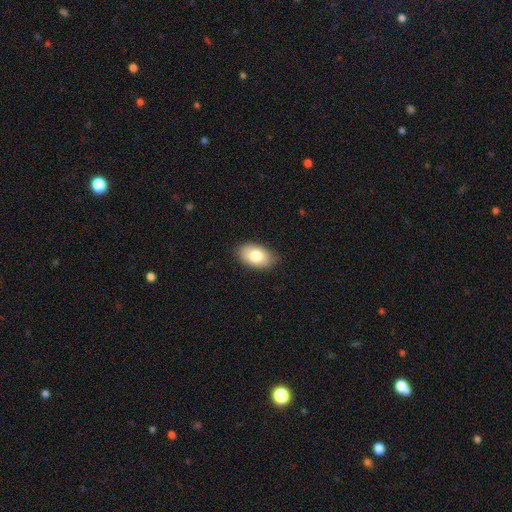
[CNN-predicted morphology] Smooth or featured? Predicted: smooth (p=0.81). How rounded? Predicted: in between (p=0.92). Merging? Predicted: none (p=0.85).